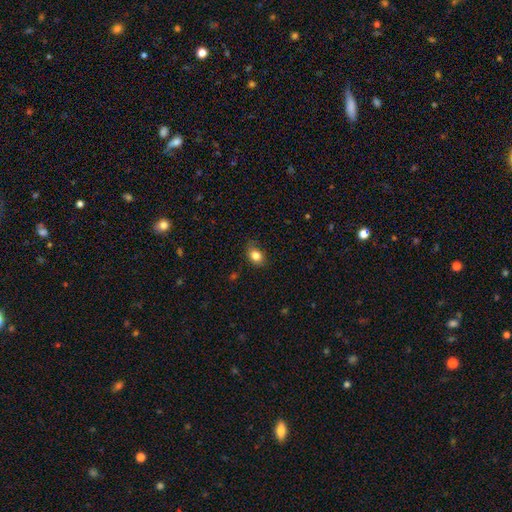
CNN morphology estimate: Q: Smooth or featured?
A: smooth (83%); runner-up: star or artifact (10%)
Q: How rounded?
A: in between (57%); runner-up: round (42%)
Q: Merging?
A: none (75%); runner-up: minor disturbance (20%)